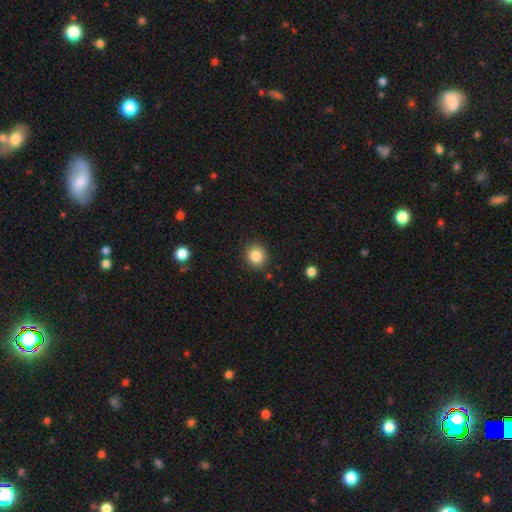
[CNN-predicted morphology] smooth_or_featured: smooth (p=0.85) [alt: star or artifact p=0.10]
how_rounded: round (p=0.87) [alt: in between p=0.12]
merging: none (p=0.89) [alt: minor disturbance p=0.07]